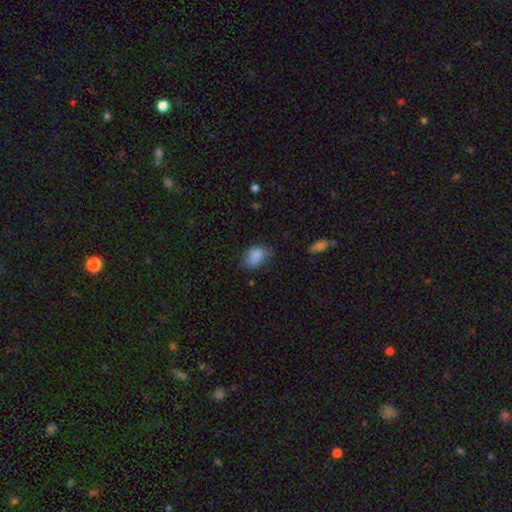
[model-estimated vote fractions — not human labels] Smooth or featured?
  - smooth: 84% *
  - star or artifact: 9%
  - featured or disk: 7%
How rounded?
  - in between: 77% *
  - round: 22%
  - cigar-shaped: 1%
Merging?
  - none: 57% *
  - minor disturbance: 32%
  - major disturbance: 9%
  - merger: 2%